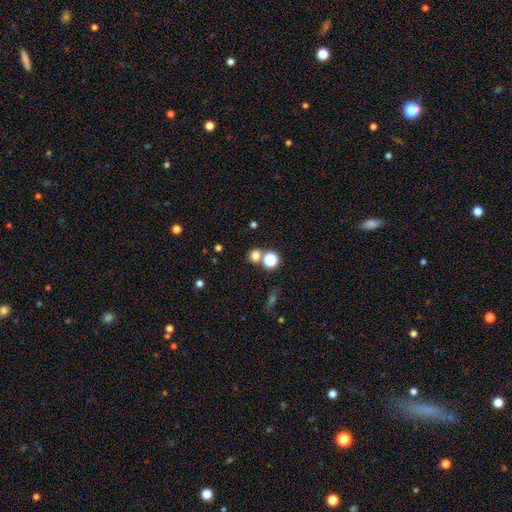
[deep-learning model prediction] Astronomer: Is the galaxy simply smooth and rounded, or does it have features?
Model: smooth — 72%.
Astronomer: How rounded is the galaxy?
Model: round — 83%.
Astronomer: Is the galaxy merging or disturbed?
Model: none — 67%.